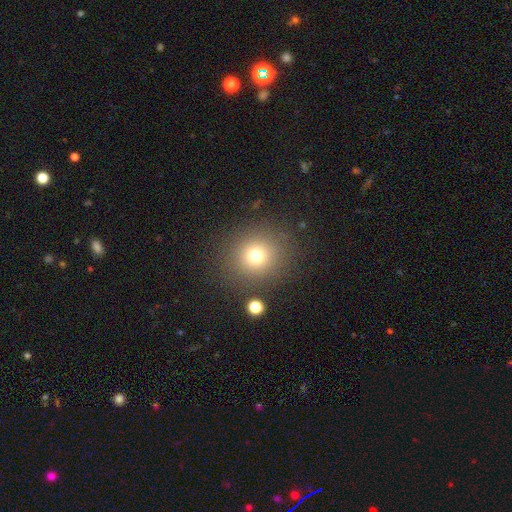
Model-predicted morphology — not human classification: This is likely a smooth galaxy (73%). How rounded: clearly round (90%). Merging: clearly none (86%).